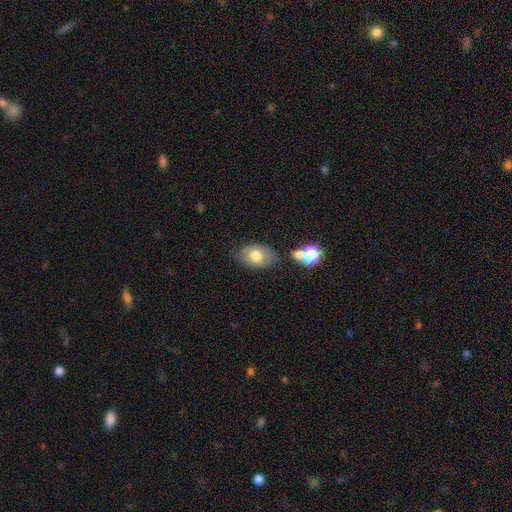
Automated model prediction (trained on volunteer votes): A smooth galaxy with no disk features (69%) that is in between round and cigar-shaped (79%). Merging: none (66%).